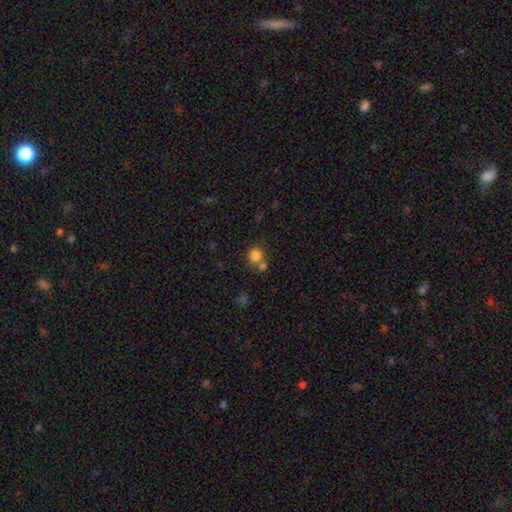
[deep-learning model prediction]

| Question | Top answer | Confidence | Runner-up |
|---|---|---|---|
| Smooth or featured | smooth | 82% | star or artifact (11%) |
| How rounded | round | 87% | in between (12%) |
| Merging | none | 56% | merger (30%) |